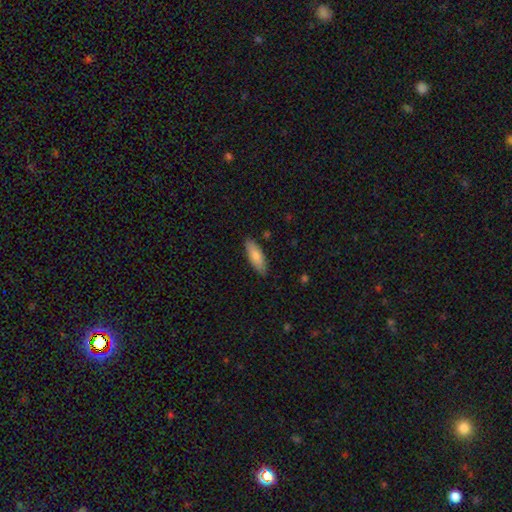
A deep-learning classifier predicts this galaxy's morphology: smooth-or-featured: smooth: 79% | featured or disk: 15% | star or artifact: 6%
  how-rounded: in between: 59% | cigar-shaped: 39% | round: 2%
  merging: none: 86% | minor disturbance: 11% | major disturbance: 2% | merger: 1%